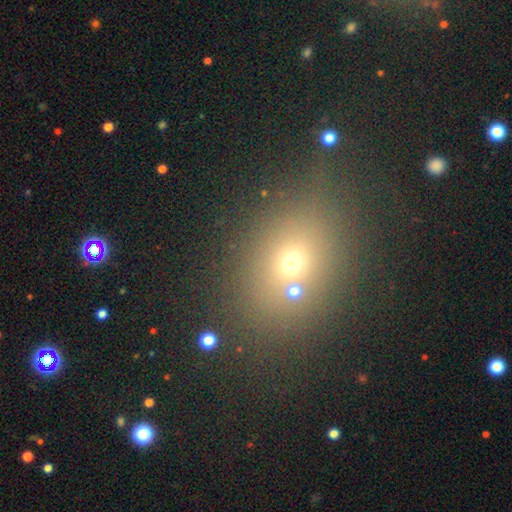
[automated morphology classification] Smooth or featured: smooth — 51% (star or artifact — 35%)
How rounded: in between — 52% (round — 46%)
Merging: none — 73% (merger — 12%)